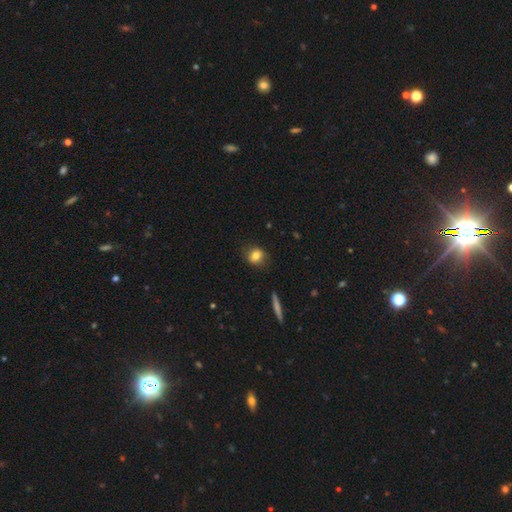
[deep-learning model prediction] This appears to be a smooth galaxy with no disk features (79%) that is round (75%). Merging: none (84%).